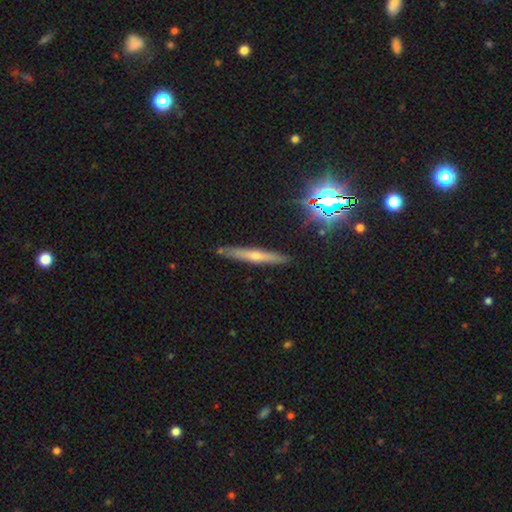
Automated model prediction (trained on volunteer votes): Smooth or featured? Predicted: featured or disk (p=0.60). Edge-on disk? Predicted: yes (p=0.95). Edge-on bulge? Predicted: rounded (p=0.74). Merging? Predicted: none (p=0.89).